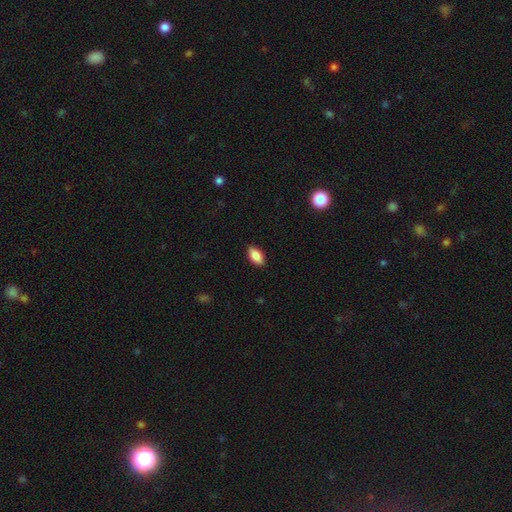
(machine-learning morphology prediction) Q: Smooth or featured?
A: smooth (86%); runner-up: star or artifact (7%)
Q: How rounded?
A: in between (91%); runner-up: cigar-shaped (5%)
Q: Merging?
A: none (88%); runner-up: minor disturbance (9%)